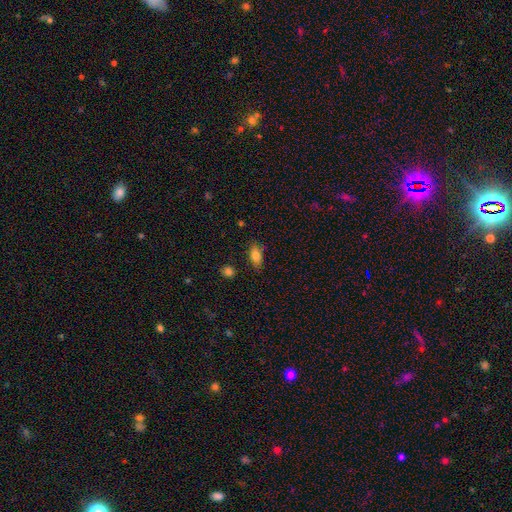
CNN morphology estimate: A smooth galaxy with no disk features (80%) that is in between round and cigar-shaped (84%). Merging: none (80%).